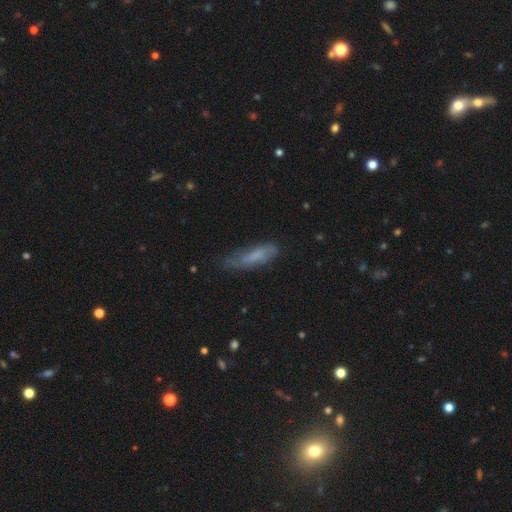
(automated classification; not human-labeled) Overall: smooth (63%; featured or disk 28%). How rounded: cigar-shaped (58%; in between 40%). Merging: none (51%; minor disturbance 34%).